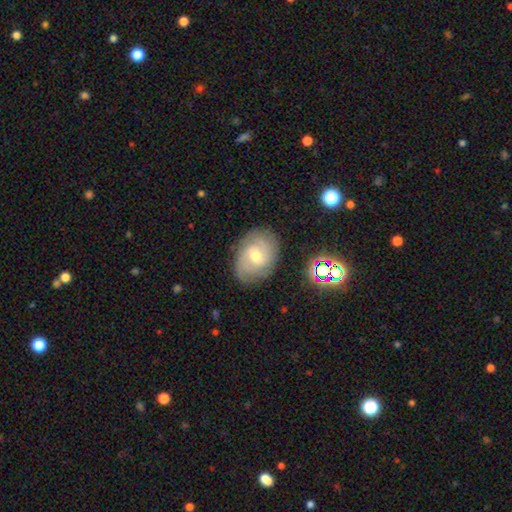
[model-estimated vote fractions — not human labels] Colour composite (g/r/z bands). It shows a featured or disk galaxy (67%) with a weak bar (48%), 2 (43%) tight (49%) spiral arms (88%) and a moderate central bulge (59%). Merging: none (77%).